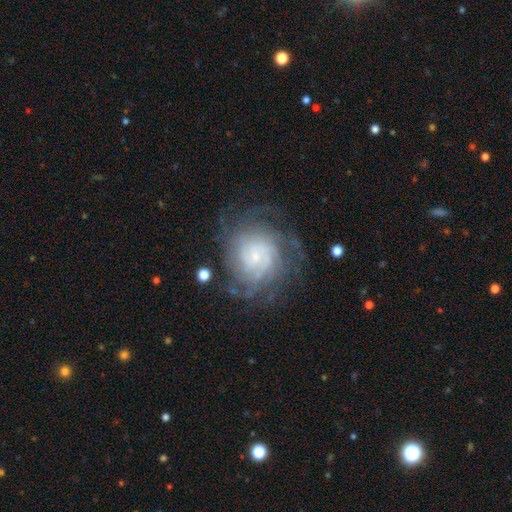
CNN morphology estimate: A featured or disk galaxy (78%) with no bar (65%), tight (68%) spiral arms (94%) and a small central bulge (74%). Merging: none (72%).